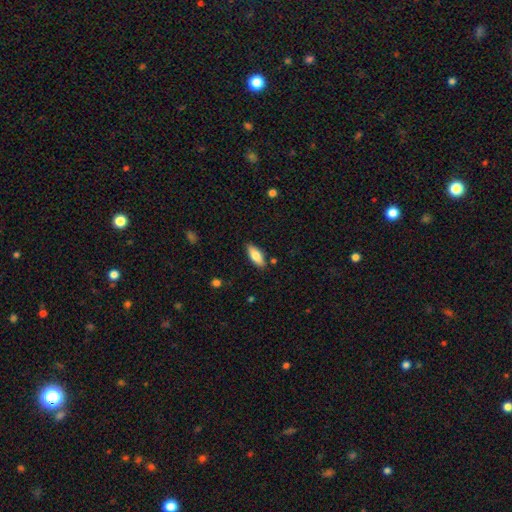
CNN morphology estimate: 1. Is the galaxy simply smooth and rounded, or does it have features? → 74% smooth, 19% featured or disk, 6% star or artifact.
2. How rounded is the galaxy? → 75% in between, 23% cigar-shaped, 2% round.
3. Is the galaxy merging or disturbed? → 85% none, 11% minor disturbance, 2% major disturbance, 2% merger.